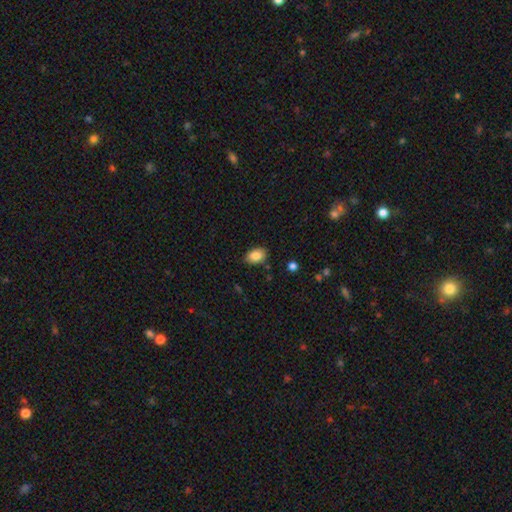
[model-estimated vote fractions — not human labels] Smooth or featured?
  - smooth: 87% *
  - star or artifact: 8%
  - featured or disk: 5%
How rounded?
  - in between: 86% *
  - round: 13%
  - cigar-shaped: 1%
Merging?
  - none: 85% *
  - minor disturbance: 11%
  - major disturbance: 2%
  - merger: 2%